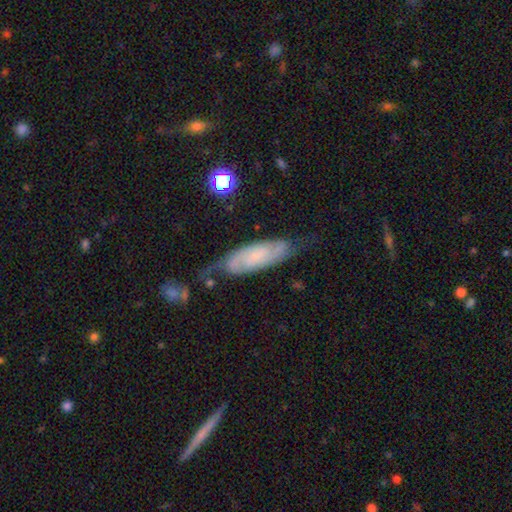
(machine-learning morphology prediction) smooth_or_featured: featured or disk (p=0.66) [alt: smooth p=0.26]
disk_edge_on: no (p=0.85) [alt: yes p=0.15]
bar: no (p=0.61) [alt: weak p=0.30]
has_spiral_arms: yes (p=0.92) [alt: no p=0.08]
spiral_winding: medium (p=0.41) [tied with: tight p=0.41]
spiral_arm_count: 2 (p=0.73) [alt: can't tell p=0.18]
bulge_size: small (p=0.55) [alt: none p=0.23]
merging: none (p=0.58) [alt: minor disturbance p=0.25]